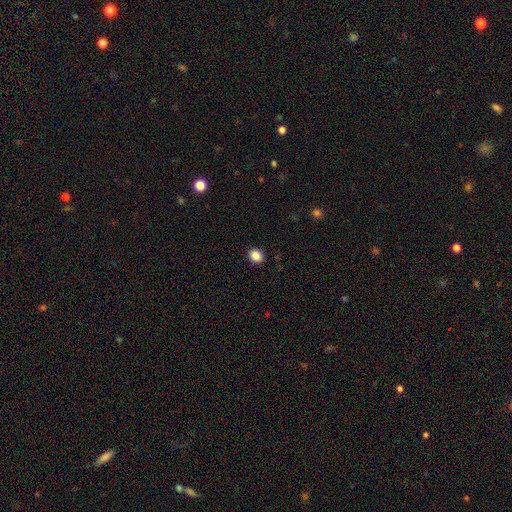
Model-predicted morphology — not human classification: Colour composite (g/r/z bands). It shows a smooth galaxy with no disk features (86%) that is round (64%). Merging: none (91%).